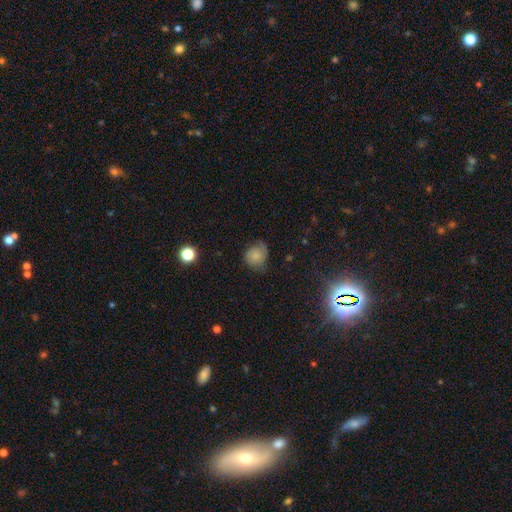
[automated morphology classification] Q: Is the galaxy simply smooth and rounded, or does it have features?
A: smooth — 64%.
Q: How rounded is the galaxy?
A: round — 70%.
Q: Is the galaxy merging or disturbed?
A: none — 52%.